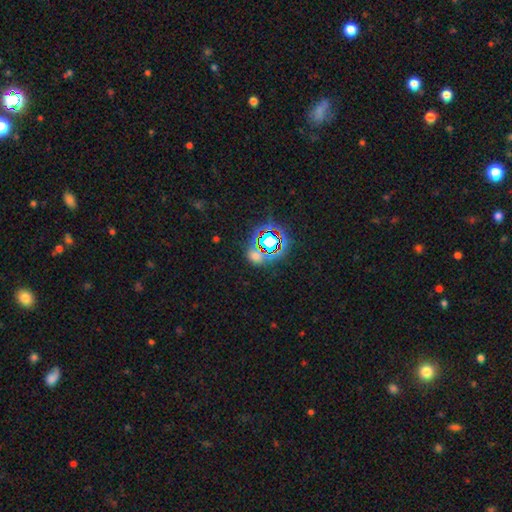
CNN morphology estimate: star or artifact 54%, smooth 36%, featured or disk 9%.